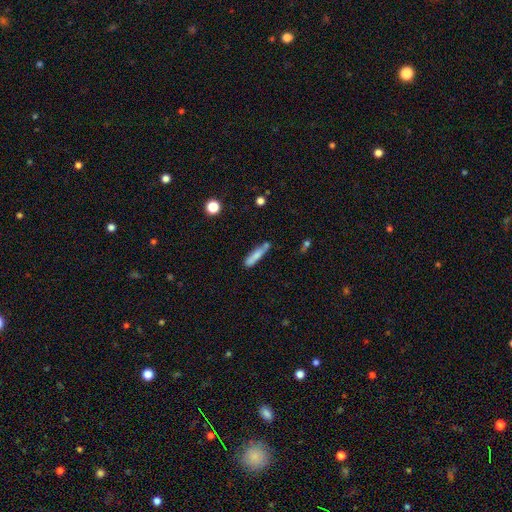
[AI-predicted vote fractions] The model was most divided on "merging": none: 63%, minor disturbance: 21%, merger: 11%, major disturbance: 5%. More confident: how rounded — cigar-shaped (84%); smooth or featured — smooth (73%).